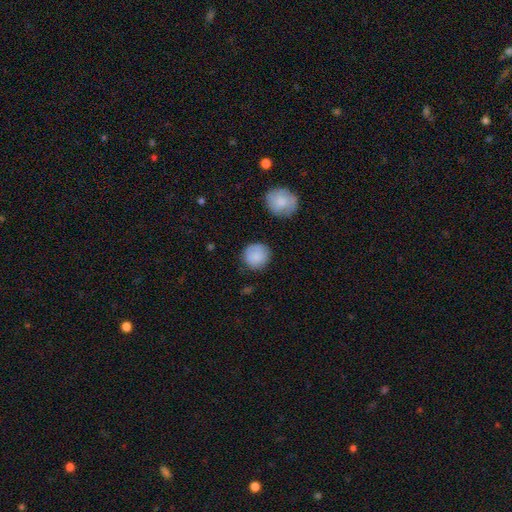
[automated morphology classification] A smooth galaxy with no disk features (84%) that is round (91%). Merging: none (81%).